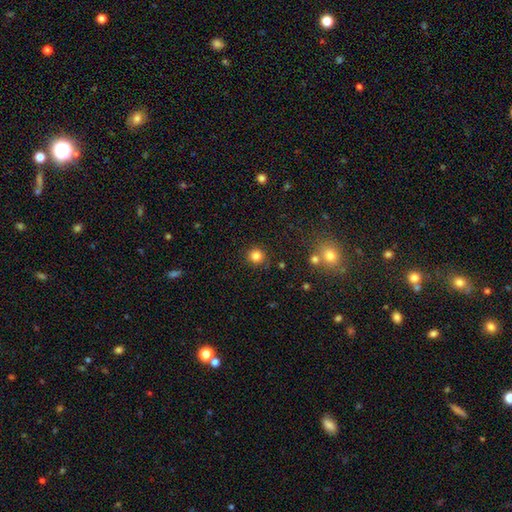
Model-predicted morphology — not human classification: smooth_or_featured: smooth (p=0.83) [alt: star or artifact p=0.12]
how_rounded: round (p=0.94) [alt: in between p=0.05]
merging: none (p=0.88) [alt: minor disturbance p=0.07]